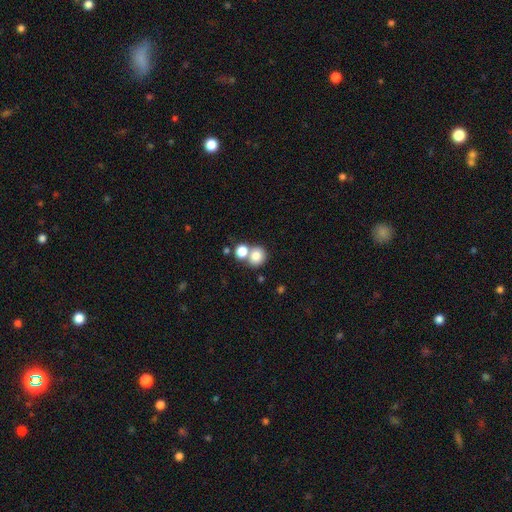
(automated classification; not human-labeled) smooth 80%, star or artifact 11%, featured or disk 9%. Down the decision tree: how rounded — round (79%); merging — none (47%).